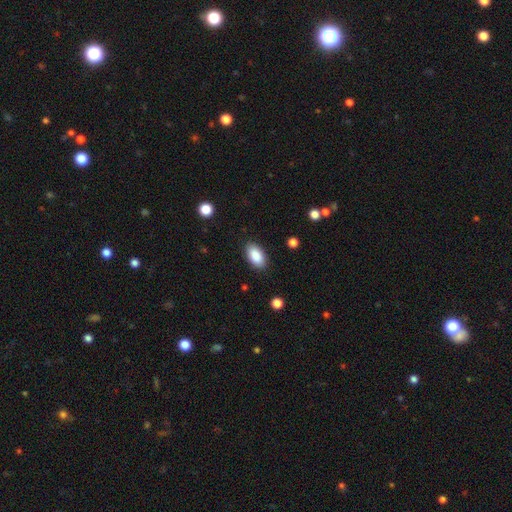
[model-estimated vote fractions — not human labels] Smooth or featured: smooth — 89% (star or artifact — 7%)
How rounded: in between — 94% (round — 3%)
Merging: none — 87% (minor disturbance — 9%)